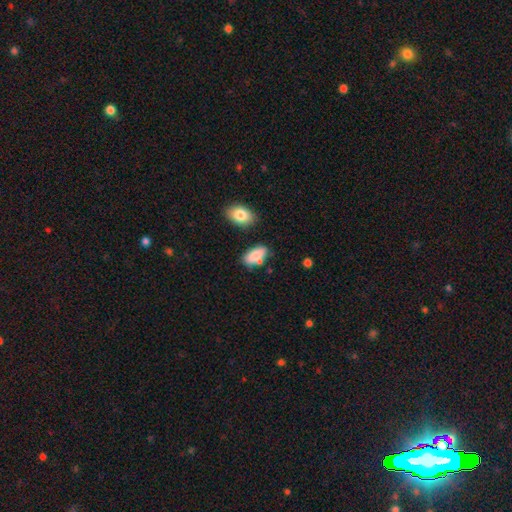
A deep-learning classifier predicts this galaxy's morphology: smooth 81%, featured or disk 11%, star or artifact 8%. Down the decision tree: how rounded — in between (85%); merging — none (64%).